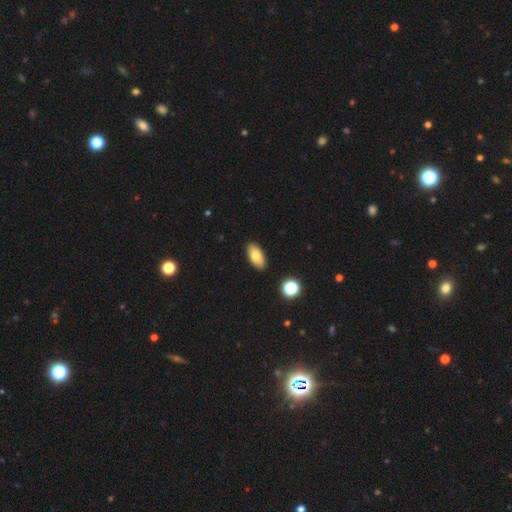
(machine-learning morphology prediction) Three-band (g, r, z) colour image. It shows a smooth galaxy with no disk features (76%) that is in between round and cigar-shaped (91%). Merging: none (89%).